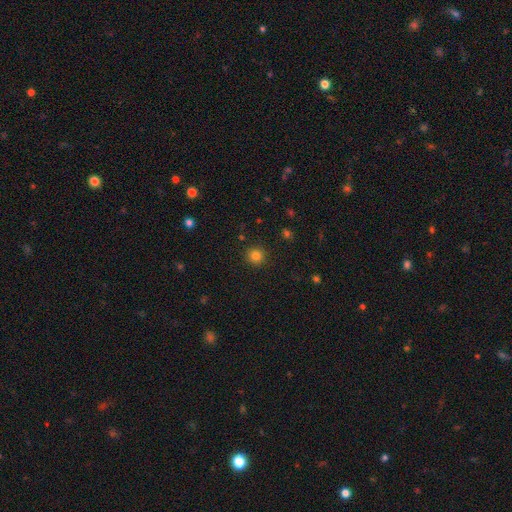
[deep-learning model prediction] Smooth or featured?
  - smooth: 82% *
  - star or artifact: 13%
  - featured or disk: 5%
How rounded?
  - round: 93% *
  - in between: 6%
  - cigar-shaped: 1%
Merging?
  - none: 91% *
  - minor disturbance: 6%
  - major disturbance: 2%
  - merger: 1%